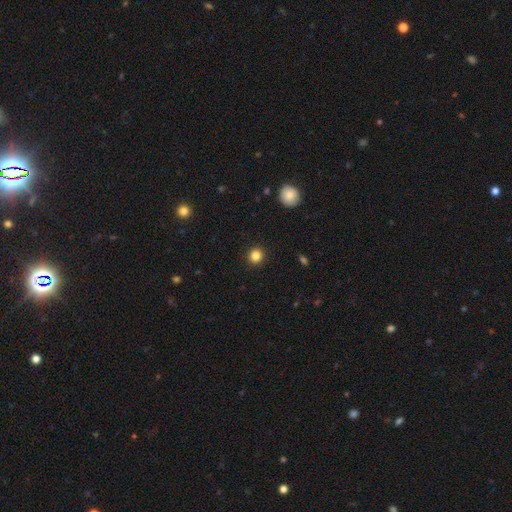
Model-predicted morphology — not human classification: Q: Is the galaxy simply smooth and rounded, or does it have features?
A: smooth — 84%.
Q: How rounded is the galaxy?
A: round — 92%.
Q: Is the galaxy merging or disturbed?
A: none — 93%.